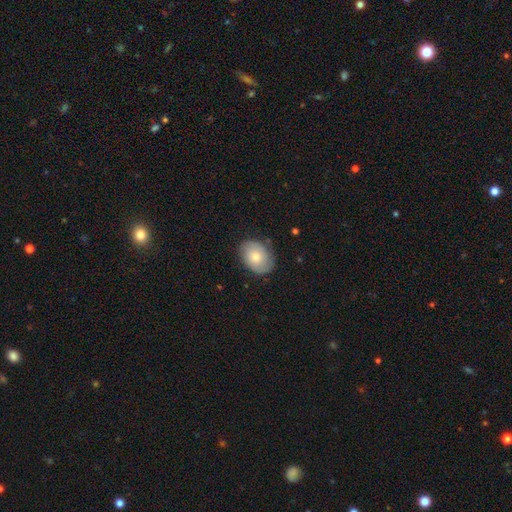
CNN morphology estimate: Smooth or featured?
  - smooth: 63% *
  - featured or disk: 29%
  - star or artifact: 8%
How rounded?
  - in between: 71% *
  - round: 28%
  - cigar-shaped: 1%
Merging?
  - none: 82% *
  - minor disturbance: 14%
  - major disturbance: 3%
  - merger: 1%